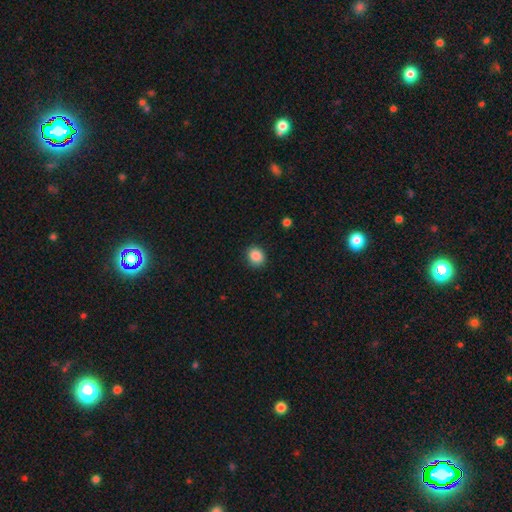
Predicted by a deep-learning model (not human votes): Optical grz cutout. It shows a smooth galaxy with no disk features (88%) that is round (71%). Merging: none (88%).